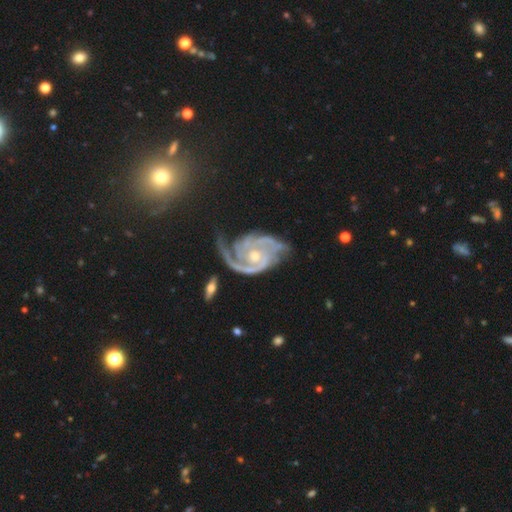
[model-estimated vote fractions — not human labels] This is clearly a featured or disk galaxy (93%). It is clearly not viewed edge-on (98%). Bar: likely no (69%). Spiral arm pattern: clearly yes (98%). Spiral arm count: marginally 2 (39%). Spiral winding: possibly tight (56%). Central bulge: possibly moderate (52%). Merging: possibly none (55%).